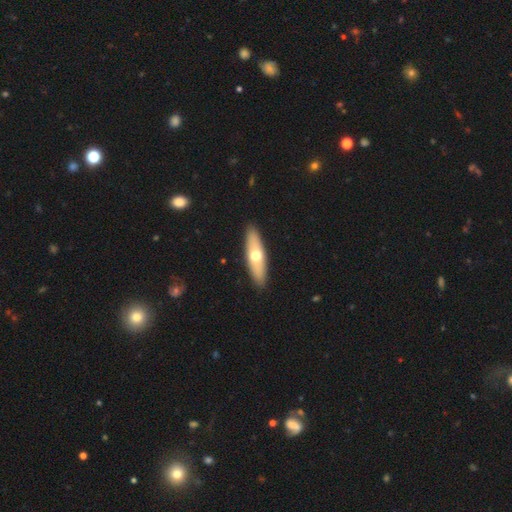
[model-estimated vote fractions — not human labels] Smooth or featured?
  - smooth: 54% *
  - featured or disk: 40%
  - star or artifact: 5%
How rounded?
  - cigar-shaped: 54% *
  - in between: 43%
  - round: 3%
Merging?
  - none: 90% *
  - minor disturbance: 7%
  - major disturbance: 2%
  - merger: 1%